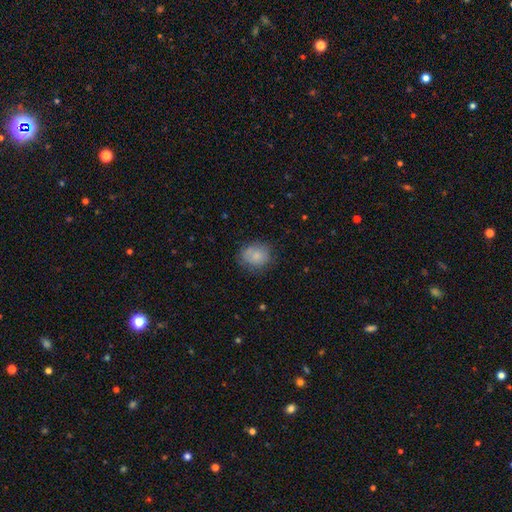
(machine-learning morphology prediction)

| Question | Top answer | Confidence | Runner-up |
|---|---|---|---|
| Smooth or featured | smooth | 80% | featured or disk (12%) |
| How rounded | round | 73% | in between (26%) |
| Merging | none | 69% | minor disturbance (22%) |